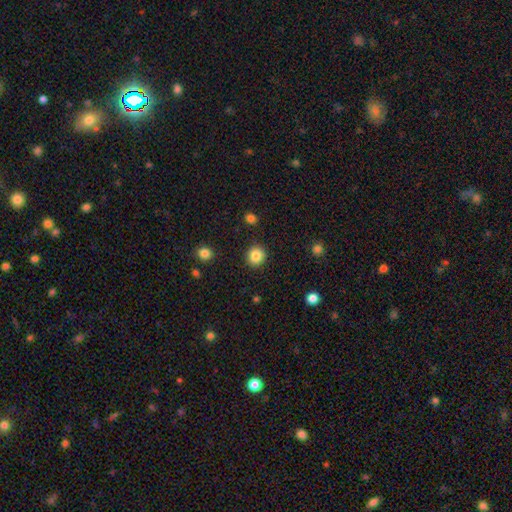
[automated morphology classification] This is clearly a smooth galaxy (85%). How rounded: clearly round (89%). Merging: clearly none (90%).